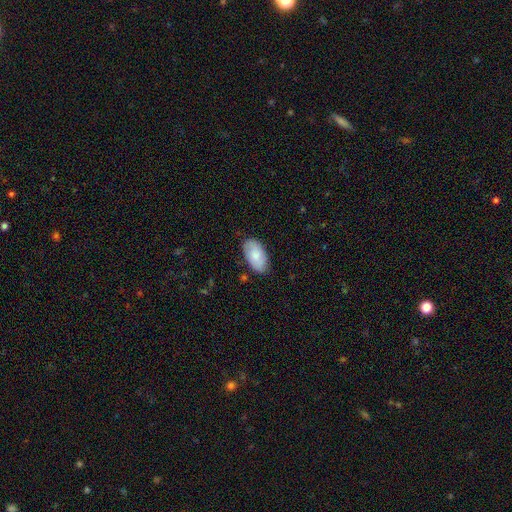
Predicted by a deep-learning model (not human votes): A smooth galaxy with no disk features (81%) that is in between round and cigar-shaped (95%).

Vote fractions:
- Smooth or featured? smooth: 81% / featured or disk: 13% / star or artifact: 6%
- How rounded? in between: 95% / round: 3% / cigar-shaped: 2%
- Merging? none: 83% / minor disturbance: 13% / major disturbance: 3% / merger: 1%